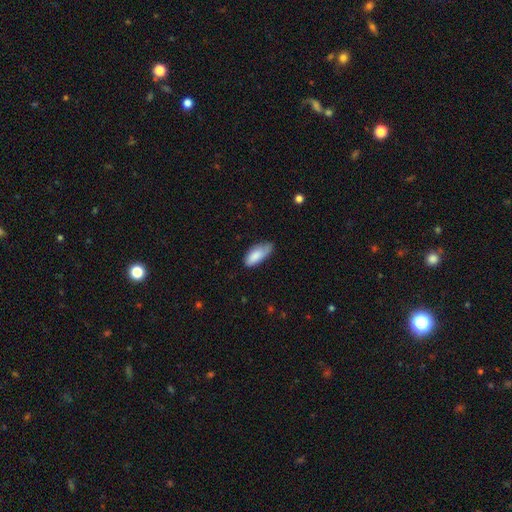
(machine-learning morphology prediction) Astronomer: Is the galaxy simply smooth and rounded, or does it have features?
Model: smooth — 83%.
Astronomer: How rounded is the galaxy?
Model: in between — 86%.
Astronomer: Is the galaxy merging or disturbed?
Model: none — 49% (runner-up: minor disturbance, 39%).